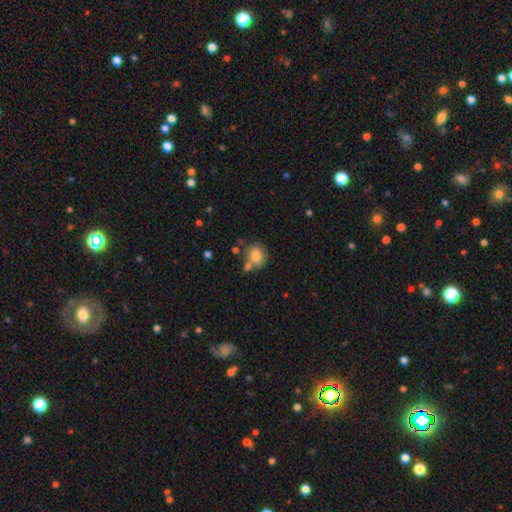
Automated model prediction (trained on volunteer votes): Q: Smooth or featured?
A: smooth (79%); runner-up: featured or disk (12%)
Q: How rounded?
A: round (59%); runner-up: in between (40%)
Q: Merging?
A: none (54%); runner-up: merger (25%)